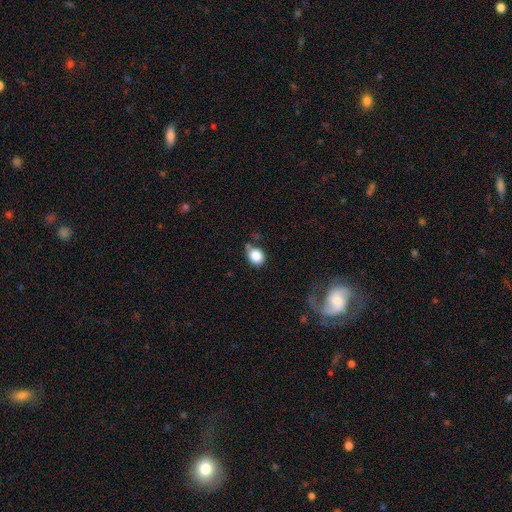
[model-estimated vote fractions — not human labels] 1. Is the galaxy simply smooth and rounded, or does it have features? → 85% smooth, 9% star or artifact, 6% featured or disk.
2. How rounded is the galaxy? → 60% round, 38% in between, 1% cigar-shaped.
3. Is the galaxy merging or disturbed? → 58% none, 25% minor disturbance, 8% major disturbance, 8% merger.